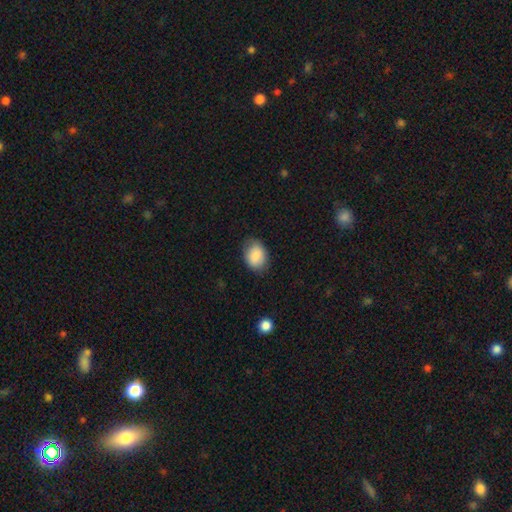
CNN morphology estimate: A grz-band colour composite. It shows a smooth galaxy with no disk features (87%) that is in between round and cigar-shaped (69%). Merging: none (77%).